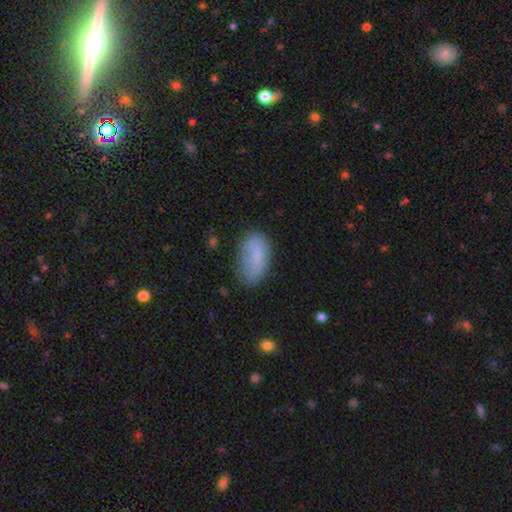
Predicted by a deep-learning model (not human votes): This appears to be a smooth galaxy with no disk features (77%) that is in between round and cigar-shaped (92%). Merging: none (57%).